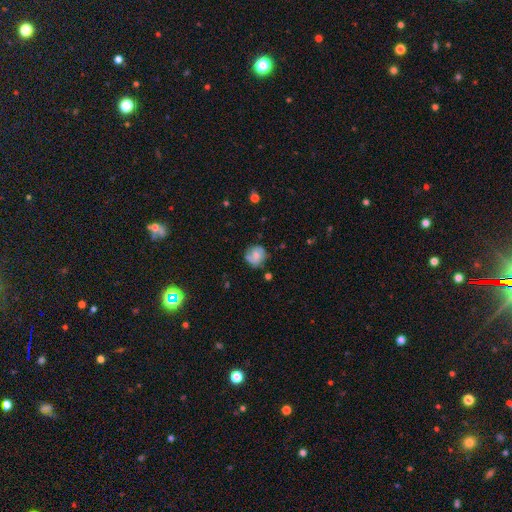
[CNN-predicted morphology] Smooth or featured: smooth — 50% (featured or disk — 41%)
How rounded: round — 82% (in between — 17%)
Merging: none — 66% (minor disturbance — 24%)